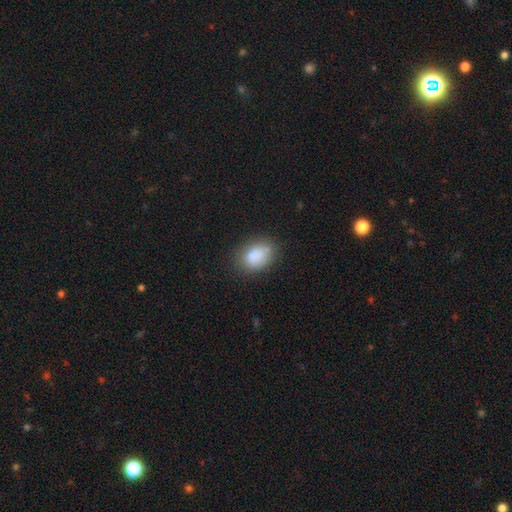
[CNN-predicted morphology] Q: Smooth or featured?
A: smooth (83%); runner-up: star or artifact (9%)
Q: How rounded?
A: in between (78%); runner-up: round (21%)
Q: Merging?
A: none (69%); runner-up: minor disturbance (20%)